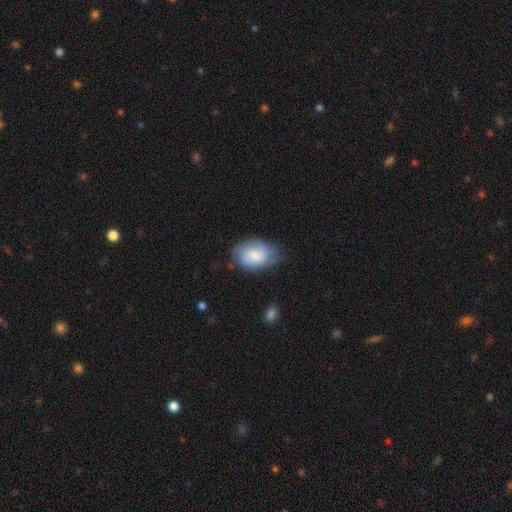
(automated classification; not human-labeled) Overall: smooth (75%). How rounded: in between (84%). Merging: none (56%; minor disturbance 33%).